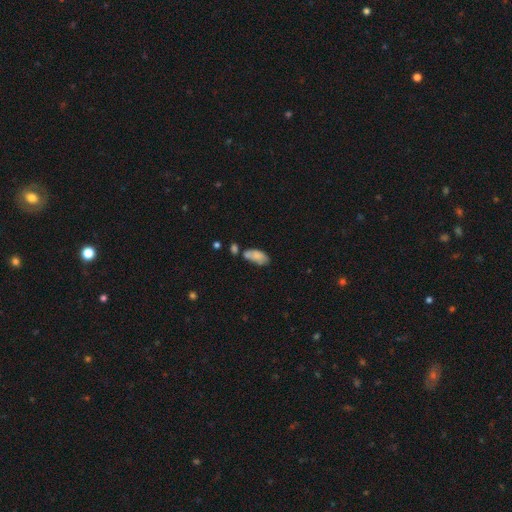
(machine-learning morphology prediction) Smooth or featured? Predicted: smooth (p=0.78). How rounded? Predicted: in between (p=0.89). Merging? Predicted: none (p=0.45).